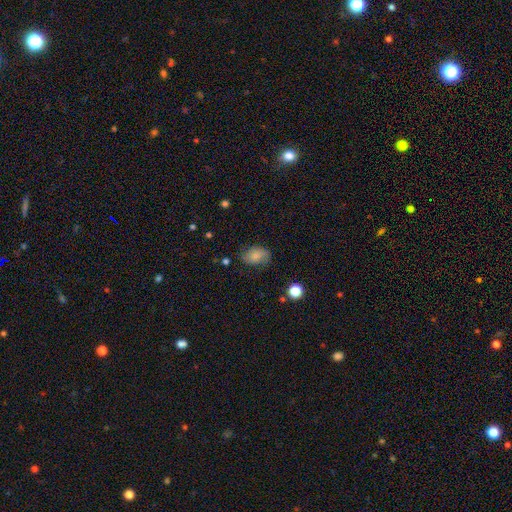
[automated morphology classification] Overall: smooth (69%). How rounded: in between (80%). Merging: none (69%).